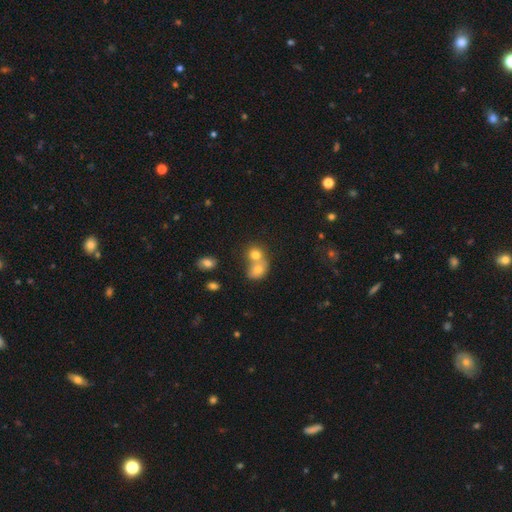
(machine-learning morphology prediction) A smooth galaxy with no disk features (72%) that is round (64%).

Vote fractions:
- Smooth or featured? smooth: 72% / featured or disk: 16% / star or artifact: 12%
- How rounded? round: 64% / in between: 35% / cigar-shaped: 1%
- Merging? merger: 65% / none: 26% / minor disturbance: 6% / major disturbance: 3%